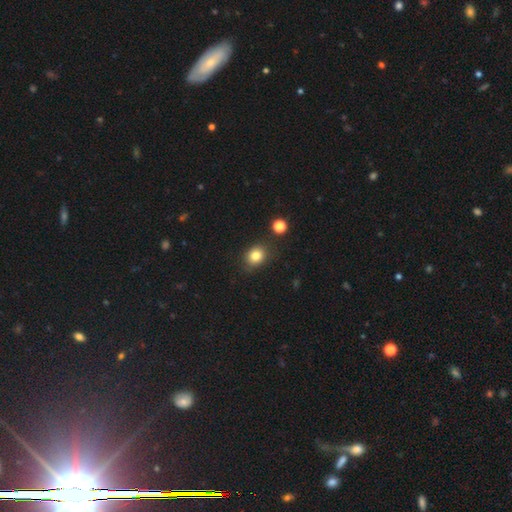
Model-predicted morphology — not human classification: smooth-or-featured: smooth: 81% | star or artifact: 11% | featured or disk: 7%
  how-rounded: round: 56% | in between: 43% | cigar-shaped: 1%
  merging: none: 80% | minor disturbance: 13% | merger: 4% | major disturbance: 3%